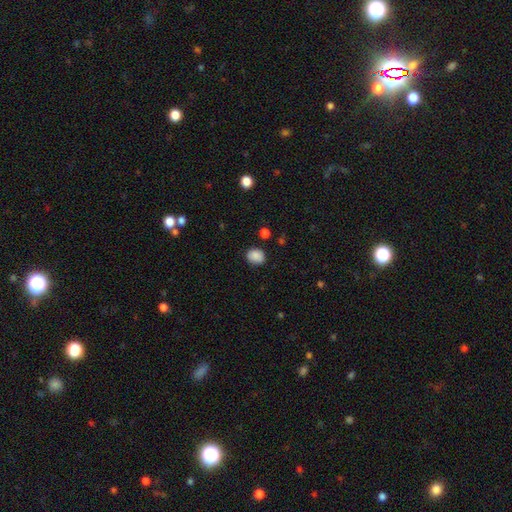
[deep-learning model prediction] Morphology: type=smooth (87%); roundness=round (53%); merging=none (83%).